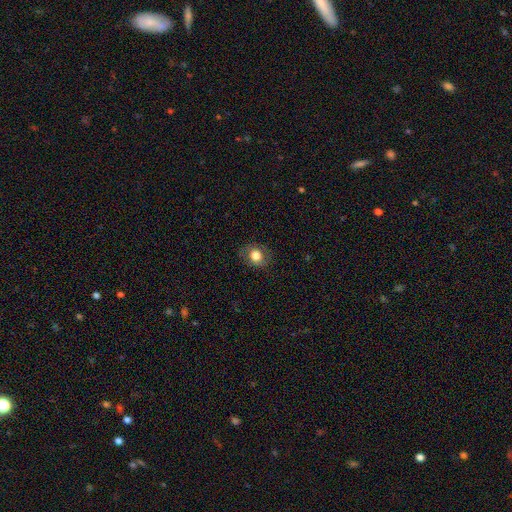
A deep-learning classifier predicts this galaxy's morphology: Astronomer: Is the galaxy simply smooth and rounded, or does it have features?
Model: smooth — 73%.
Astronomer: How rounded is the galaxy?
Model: round — 63%.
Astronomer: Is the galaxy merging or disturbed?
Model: none — 81%.